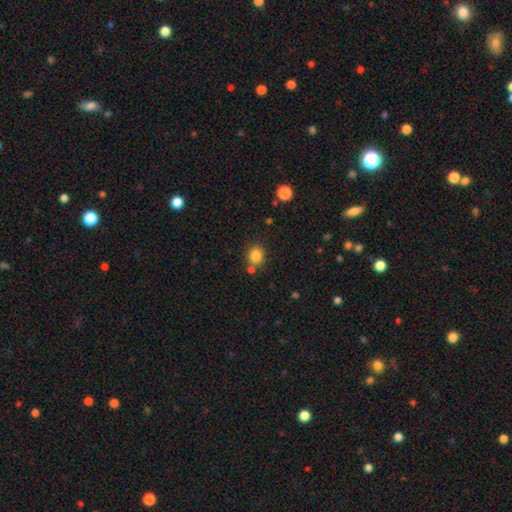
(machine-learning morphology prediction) Overall: smooth (84%). How rounded: round (69%; in between 30%). Merging: none (72%).